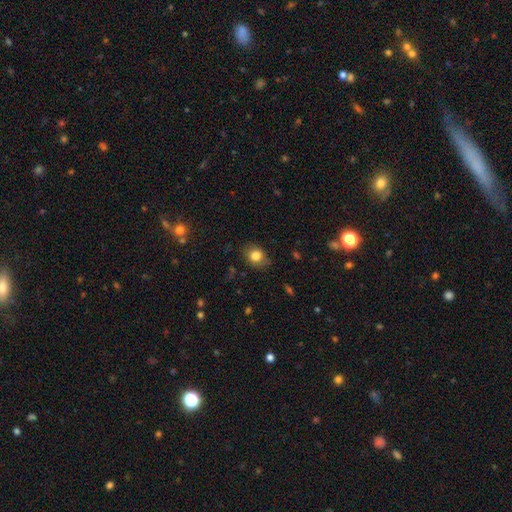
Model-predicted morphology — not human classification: A smooth galaxy with no disk features (82%) that is round (58%).

Vote fractions:
- Smooth or featured? smooth: 82% / star or artifact: 10% / featured or disk: 8%
- How rounded? round: 58% / in between: 41% / cigar-shaped: 1%
- Merging? none: 78% / minor disturbance: 17% / major disturbance: 4% / merger: 1%